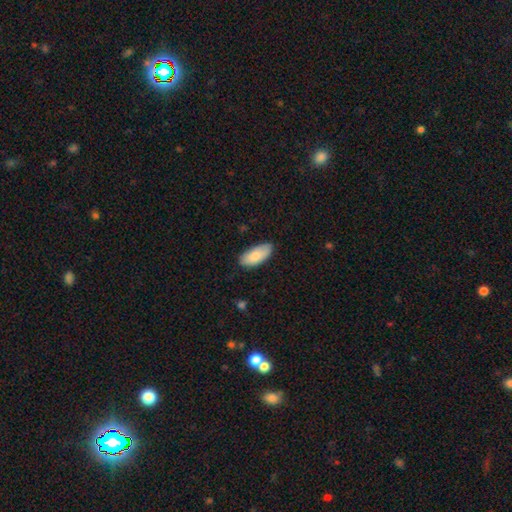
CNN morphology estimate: Smooth or featured? smooth (83%)
How rounded? in between (90%)
Merging? none (82%)